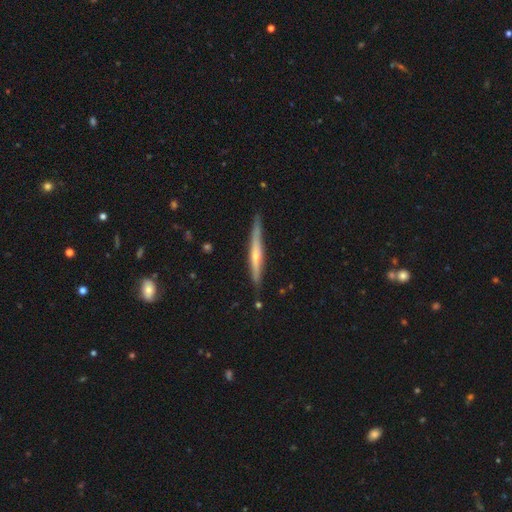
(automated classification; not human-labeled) Smooth or featured? Predicted: featured or disk (p=0.66). Edge-on disk? Predicted: yes (p=0.96). Edge-on bulge? Predicted: rounded (p=0.65). Merging? Predicted: none (p=0.84).